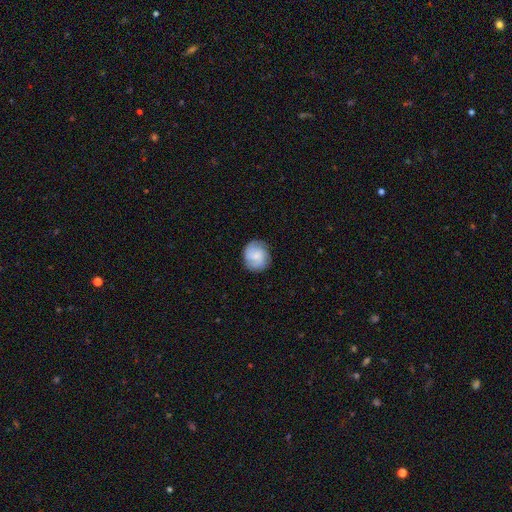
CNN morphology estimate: Smooth or featured? smooth (54%)
How rounded? round (82%)
Merging? none (81%)